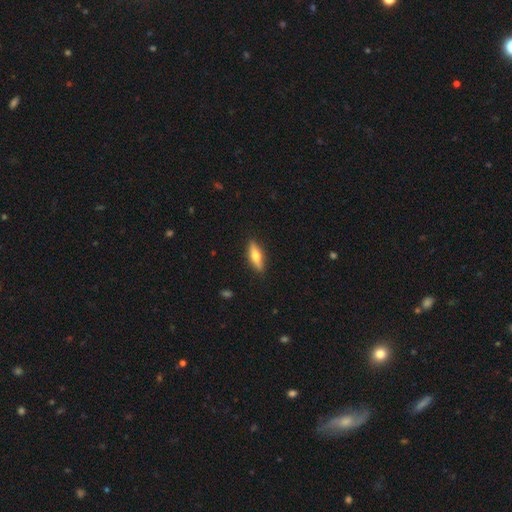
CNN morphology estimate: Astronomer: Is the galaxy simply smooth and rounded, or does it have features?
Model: smooth — 56% (runner-up: featured or disk, 38%).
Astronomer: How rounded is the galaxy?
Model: in between — 49% (runner-up: cigar-shaped, 48%).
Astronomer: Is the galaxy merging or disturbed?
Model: none — 88%.